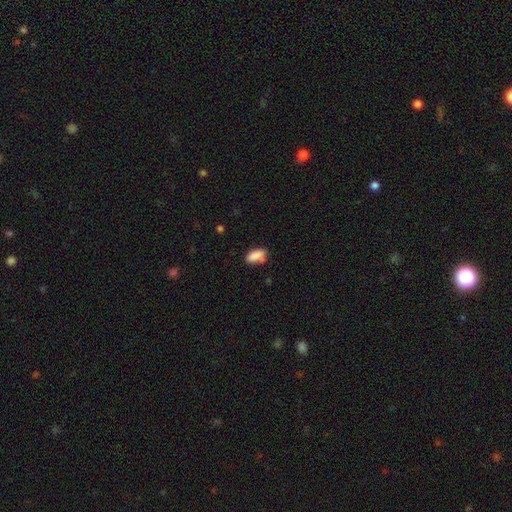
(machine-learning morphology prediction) This is clearly a smooth galaxy (86%). How rounded: clearly in between (89%). Merging: likely none (64%).